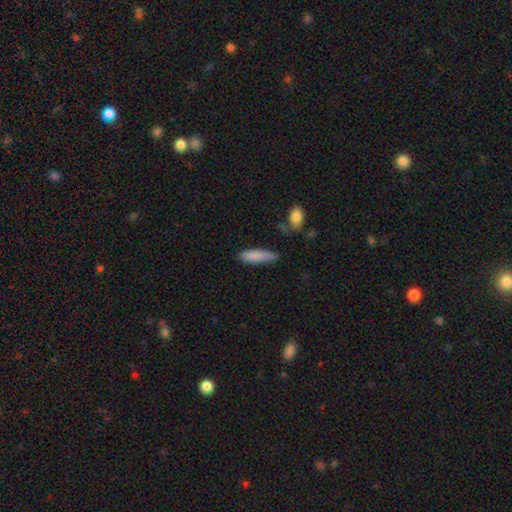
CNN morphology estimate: This appears to be a smooth galaxy with no disk features (85%) that is cigar-shaped (70%). Merging: none (73%).